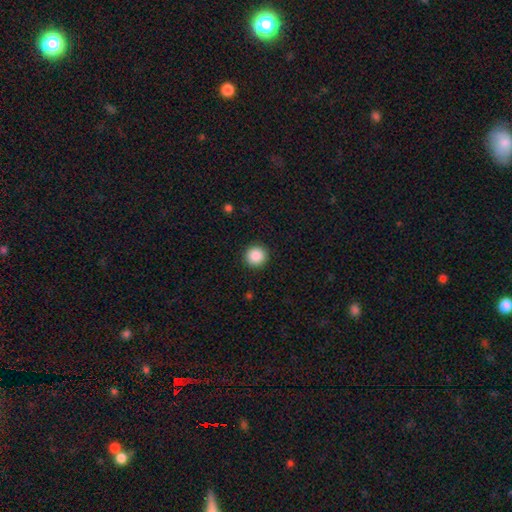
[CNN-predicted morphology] A smooth galaxy with no disk features (88%) that is round (96%).

Vote fractions:
- Smooth or featured? smooth: 88% / star or artifact: 9% / featured or disk: 3%
- How rounded? round: 96% / in between: 3% / cigar-shaped: 1%
- Merging? none: 93% / minor disturbance: 5% / major disturbance: 2% / merger: 1%